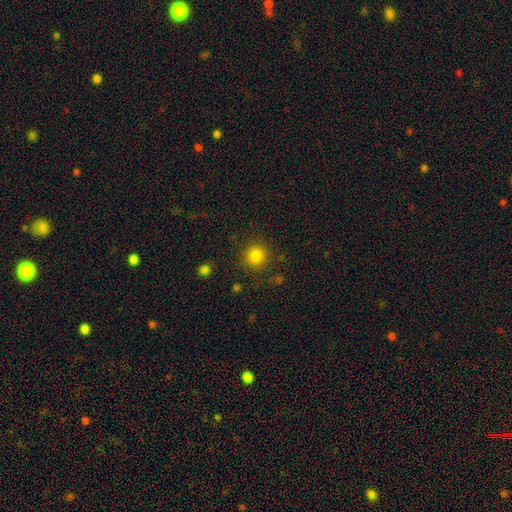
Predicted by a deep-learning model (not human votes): This is clearly a smooth galaxy (83%). How rounded: clearly round (93%). Merging: clearly none (87%).